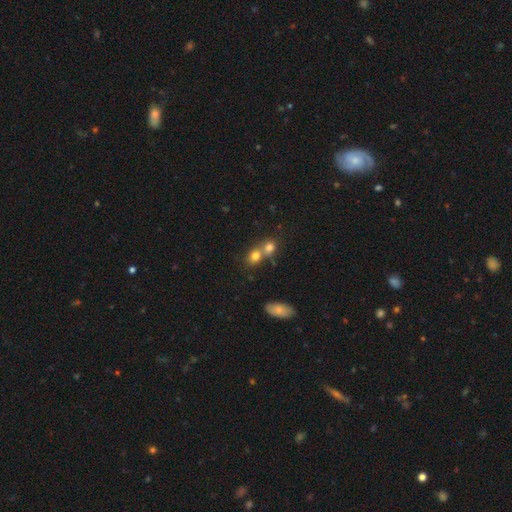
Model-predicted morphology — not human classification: Smooth or featured?
  - smooth: 77% *
  - star or artifact: 12%
  - featured or disk: 11%
How rounded?
  - round: 59% *
  - in between: 39%
  - cigar-shaped: 2%
Merging?
  - merger: 57% *
  - none: 34%
  - minor disturbance: 7%
  - major disturbance: 3%